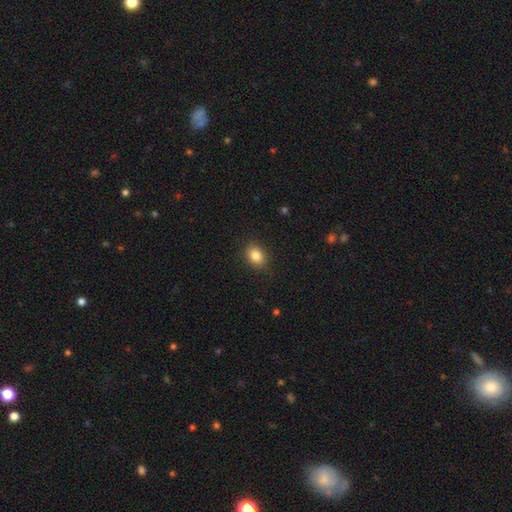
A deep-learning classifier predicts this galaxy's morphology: type=smooth (84%); roundness=in between (60%); merging=none (87%).